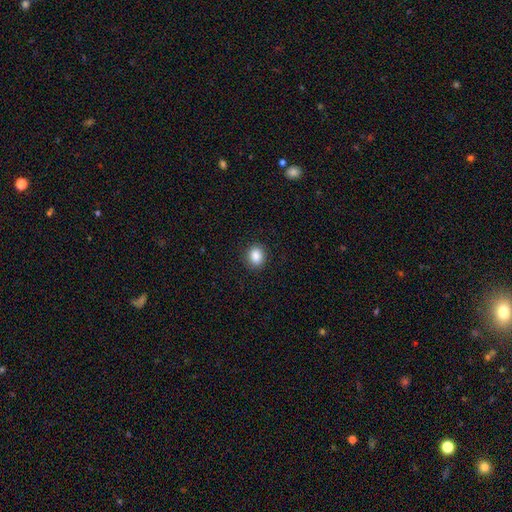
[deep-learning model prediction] Smooth or featured? Predicted: smooth (p=0.87). How rounded? Predicted: round (p=0.66). Merging? Predicted: none (p=0.90).